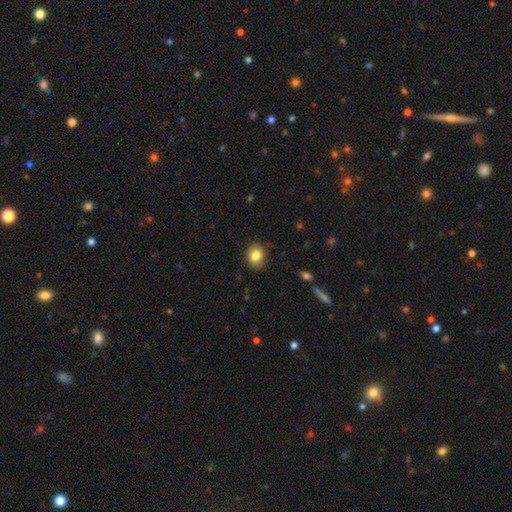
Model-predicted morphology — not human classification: Q: Smooth or featured?
A: smooth (83%); runner-up: star or artifact (9%)
Q: How rounded?
A: round (59%); runner-up: in between (40%)
Q: Merging?
A: none (88%); runner-up: minor disturbance (9%)